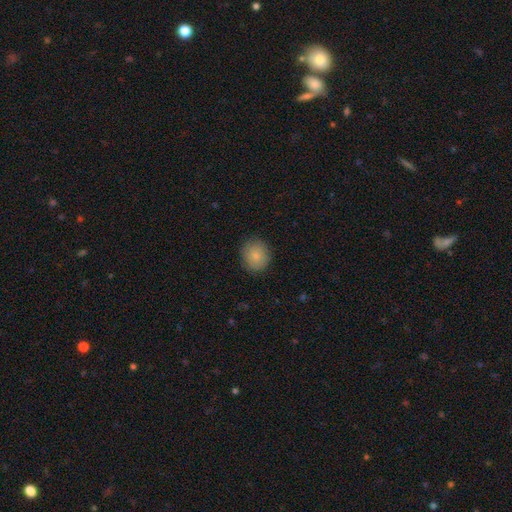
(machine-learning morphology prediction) Q: Smooth or featured?
A: smooth (85%); runner-up: star or artifact (8%)
Q: How rounded?
A: round (86%); runner-up: in between (13%)
Q: Merging?
A: none (88%); runner-up: minor disturbance (9%)